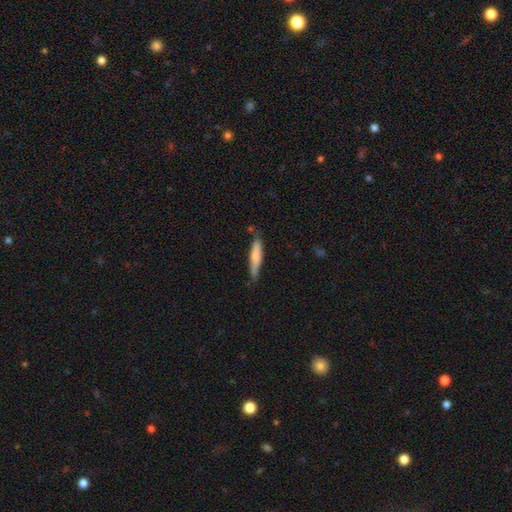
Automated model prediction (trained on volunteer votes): Q: Smooth or featured?
A: smooth (71%); runner-up: featured or disk (24%)
Q: How rounded?
A: cigar-shaped (85%); runner-up: in between (14%)
Q: Merging?
A: none (71%); runner-up: minor disturbance (23%)